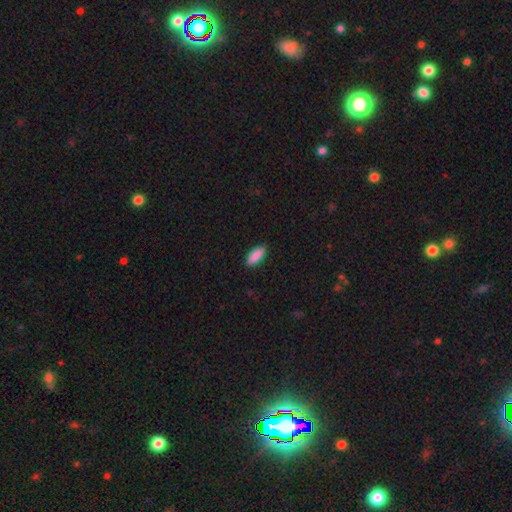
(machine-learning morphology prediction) Smooth or featured: smooth — 90% (star or artifact — 6%)
How rounded: in between — 78% (cigar-shaped — 20%)
Merging: none — 90% (minor disturbance — 8%)